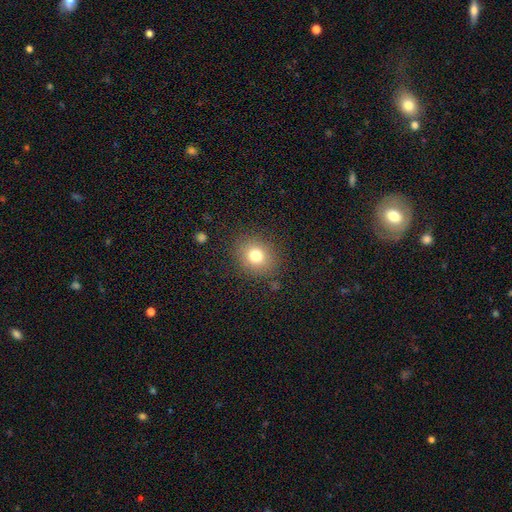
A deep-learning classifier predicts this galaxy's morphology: Q: Smooth or featured?
A: smooth (78%); runner-up: star or artifact (12%)
Q: How rounded?
A: round (75%); runner-up: in between (24%)
Q: Merging?
A: none (86%); runner-up: minor disturbance (9%)